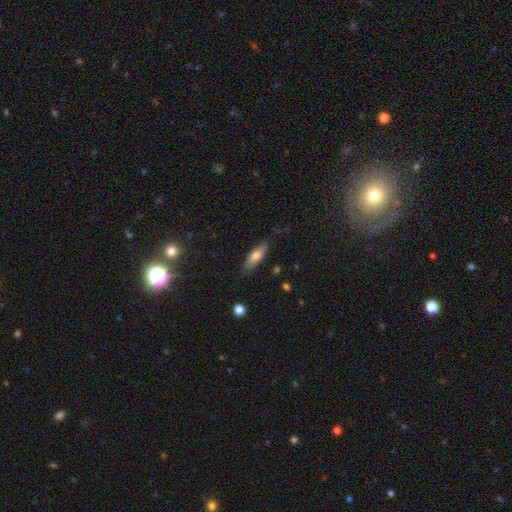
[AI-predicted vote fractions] Morphology: type=smooth (68%); roundness=in between (58%); merging=none (81%).